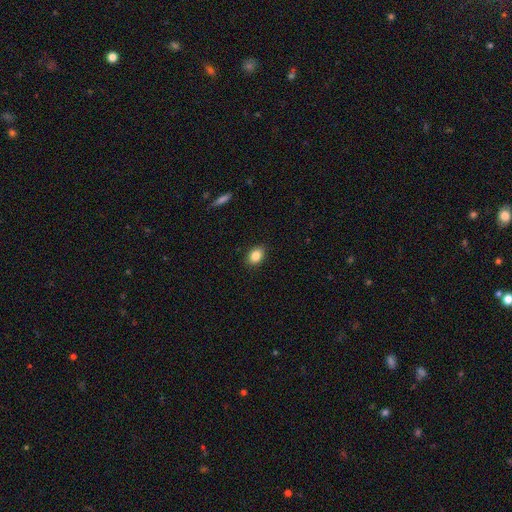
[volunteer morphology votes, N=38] Volunteers were most divided on "how rounded": in between: 77%, round: 17%, cigar-shaped: 6%. More confident: smooth or featured — smooth (92%); merging — none (81%).